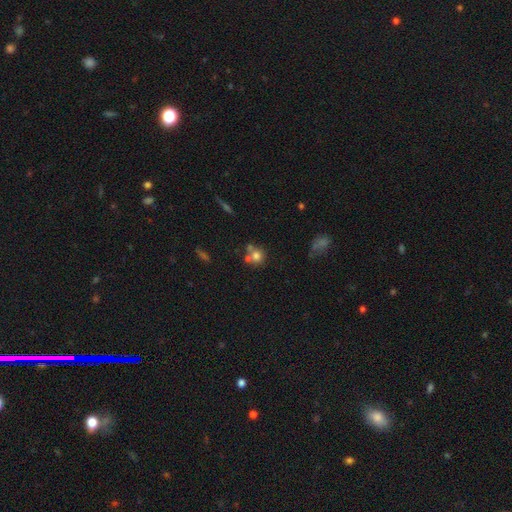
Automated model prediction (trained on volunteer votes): A smooth galaxy with no disk features (72%) that is round (85%).

Vote fractions:
- Smooth or featured? smooth: 72% / featured or disk: 15% / star or artifact: 13%
- How rounded? round: 85% / in between: 14% / cigar-shaped: 1%
- Merging? none: 50% / merger: 35% / minor disturbance: 11% / major disturbance: 5%